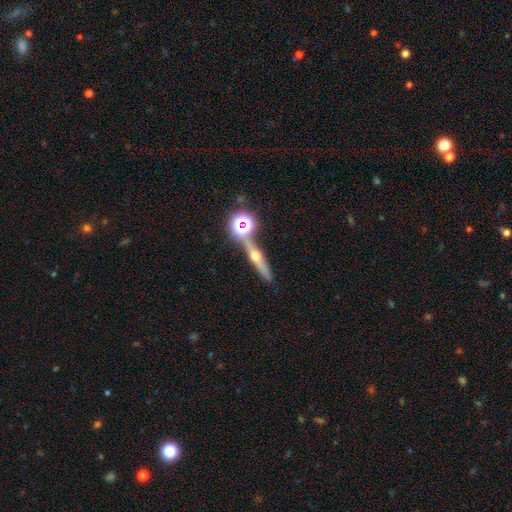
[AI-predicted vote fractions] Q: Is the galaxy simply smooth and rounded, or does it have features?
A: featured or disk — 62%.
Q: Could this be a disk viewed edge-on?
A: yes — 92%.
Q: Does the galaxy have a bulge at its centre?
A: rounded — 95%.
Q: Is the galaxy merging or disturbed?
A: none — 78%.